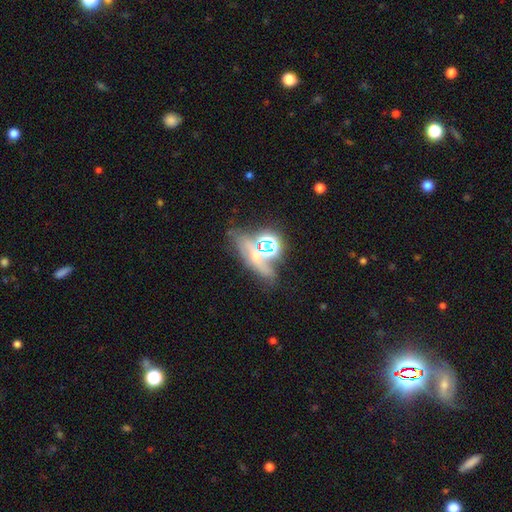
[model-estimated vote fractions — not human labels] Smooth or featured?
  - star or artifact: 42% *
  - smooth: 31%
  - featured or disk: 27%